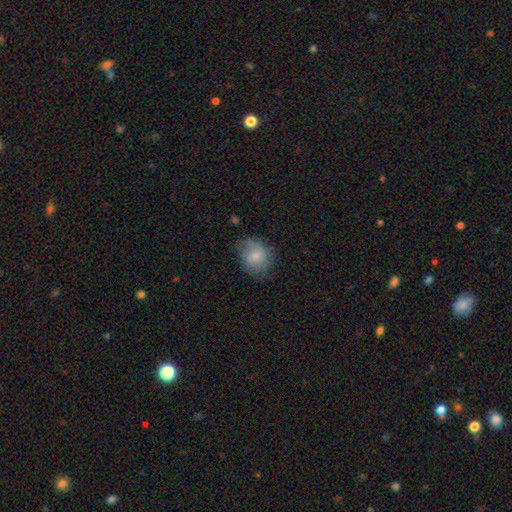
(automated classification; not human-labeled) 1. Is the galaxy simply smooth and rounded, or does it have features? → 58% smooth, 34% featured or disk, 8% star or artifact.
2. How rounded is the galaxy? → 63% round, 36% in between, 1% cigar-shaped.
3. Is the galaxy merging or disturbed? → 60% none, 27% minor disturbance, 12% major disturbance, 1% merger.